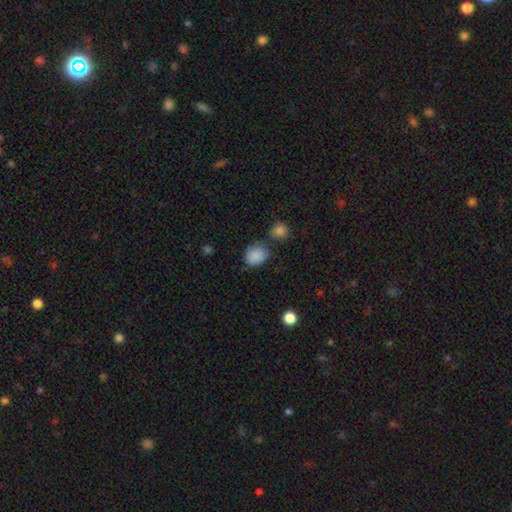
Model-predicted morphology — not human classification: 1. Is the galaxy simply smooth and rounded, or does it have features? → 85% smooth, 9% star or artifact, 5% featured or disk.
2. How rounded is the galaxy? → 61% round, 38% in between, 1% cigar-shaped.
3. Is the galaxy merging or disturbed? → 58% none, 25% minor disturbance, 10% merger, 7% major disturbance.